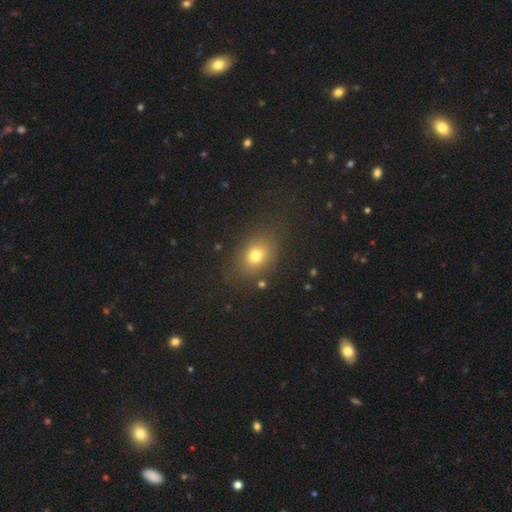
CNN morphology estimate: smooth-or-featured: smooth: 74% | star or artifact: 15% | featured or disk: 11%
  how-rounded: in between: 58% | round: 41% | cigar-shaped: 1%
  merging: none: 80% | minor disturbance: 12% | major disturbance: 6% | merger: 2%